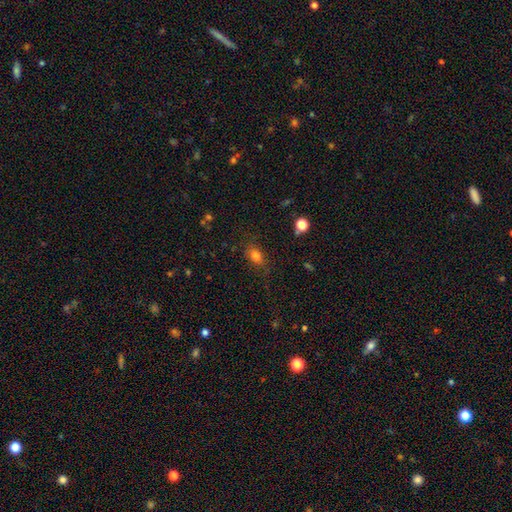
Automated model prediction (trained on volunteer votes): Smooth or featured? Predicted: smooth (p=0.79). How rounded? Predicted: in between (p=0.76). Merging? Predicted: none (p=0.78).